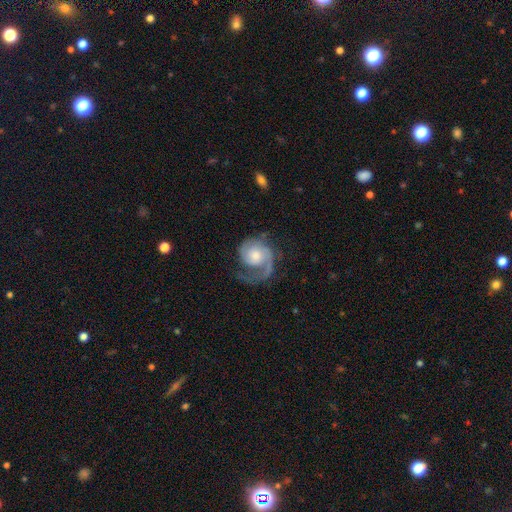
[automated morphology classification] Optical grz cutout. It shows a featured or disk galaxy (83%) with no bar (71%), 1 (52%) medium (41%) spiral arms (96%) and a moderate central bulge (50%). Merging: none (50%).